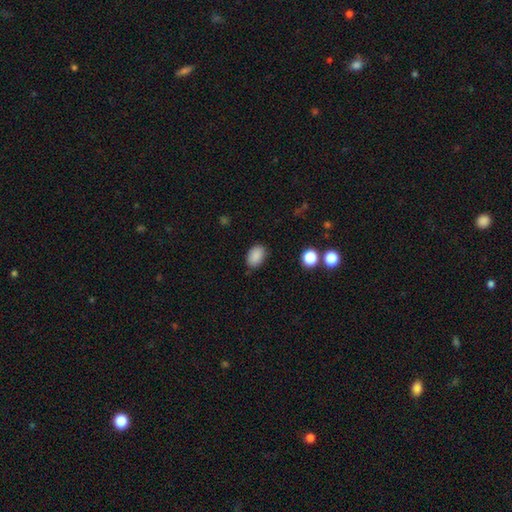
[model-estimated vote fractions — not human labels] A smooth galaxy with no disk features (88%) that is in between round and cigar-shaped (85%).

Vote fractions:
- Smooth or featured? smooth: 88% / star or artifact: 9% / featured or disk: 4%
- How rounded? in between: 85% / round: 14% / cigar-shaped: 1%
- Merging? none: 83% / minor disturbance: 13% / major disturbance: 3% / merger: 2%